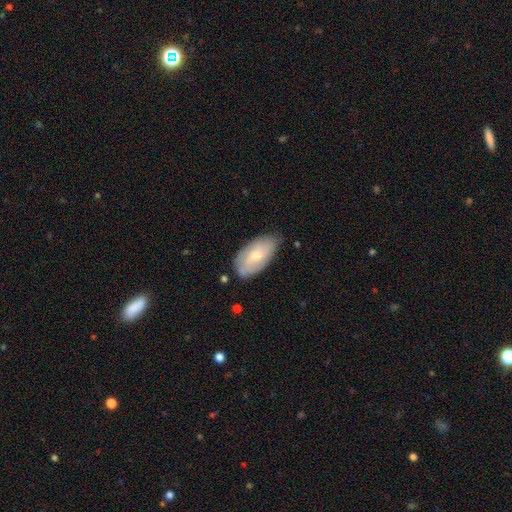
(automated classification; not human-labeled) Overall: smooth (52%; featured or disk 42%). How rounded: in between (93%). Merging: none (67%).